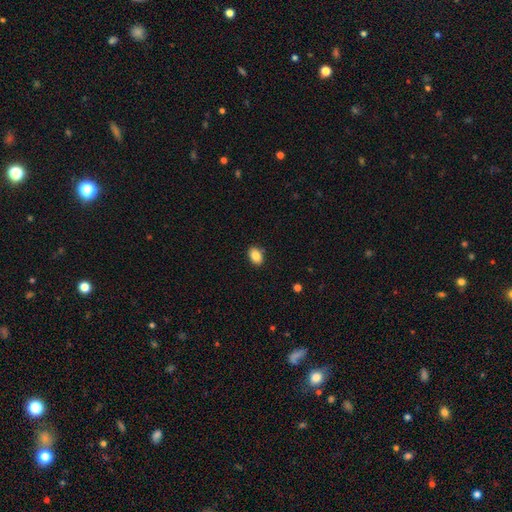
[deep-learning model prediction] Overall: smooth (87%). How rounded: in between (85%). Merging: none (88%).